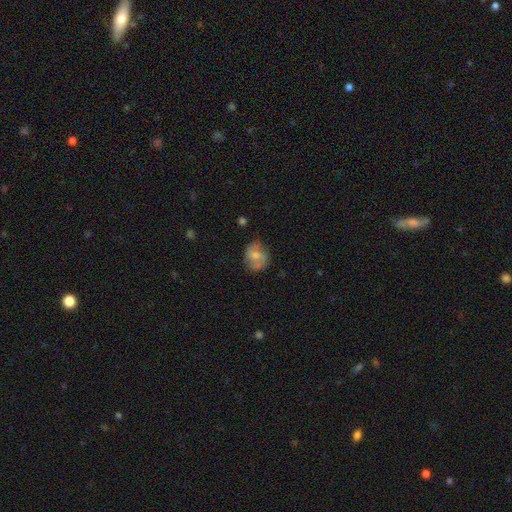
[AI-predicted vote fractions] A smooth galaxy with no disk features (55%) that is round (59%).

Vote fractions:
- Smooth or featured? smooth: 55% / featured or disk: 36% / star or artifact: 9%
- How rounded? round: 59% / in between: 39% / cigar-shaped: 1%
- Merging? none: 53% / minor disturbance: 28% / major disturbance: 14% / merger: 6%